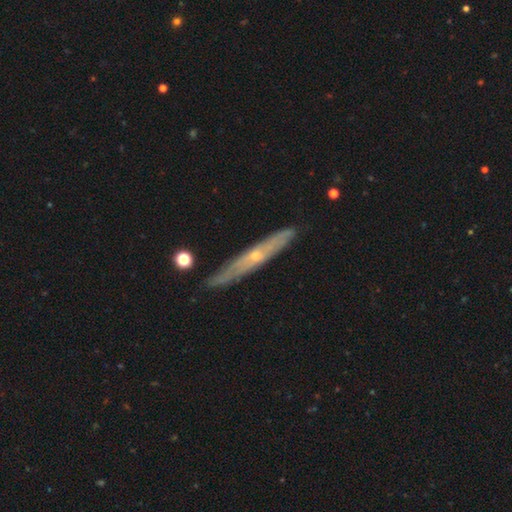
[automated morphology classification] Smooth or featured: featured or disk — 67% (smooth — 27%)
Edge-on disk: yes — 81% (no — 19%)
Edge-on bulge: rounded — 62% (none — 35%)
Merging: none — 82% (minor disturbance — 14%)